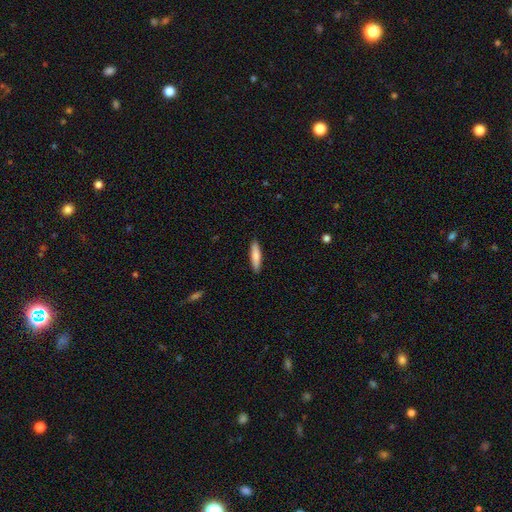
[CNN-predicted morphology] smooth-or-featured: smooth: 77% | featured or disk: 17% | star or artifact: 6%
  how-rounded: cigar-shaped: 79% | in between: 20% | round: 1%
  merging: none: 90% | minor disturbance: 7% | major disturbance: 2% | merger: 1%